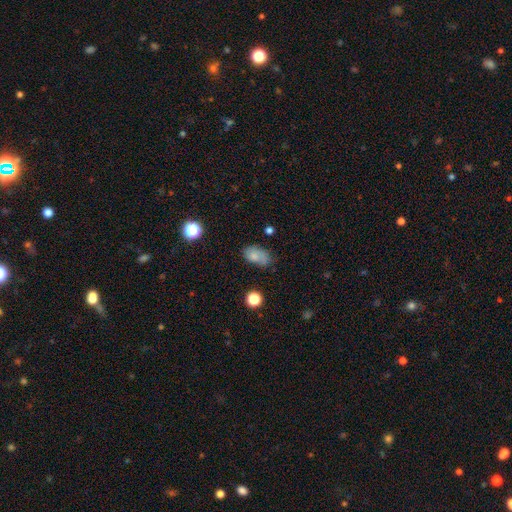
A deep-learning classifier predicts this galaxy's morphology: smooth_or_featured: smooth (p=0.76) [alt: featured or disk p=0.12]
how_rounded: in between (p=0.87) [alt: round p=0.11]
merging: none (p=0.50) [alt: minor disturbance p=0.32]